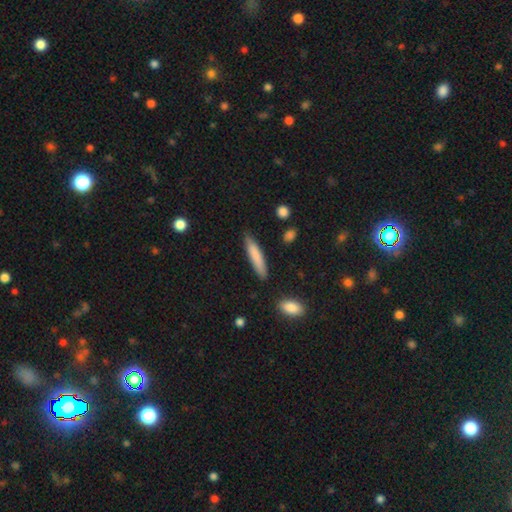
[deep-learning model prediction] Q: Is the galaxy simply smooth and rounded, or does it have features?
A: smooth — 80%.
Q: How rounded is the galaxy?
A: cigar-shaped — 86%.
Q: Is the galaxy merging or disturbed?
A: none — 83%.